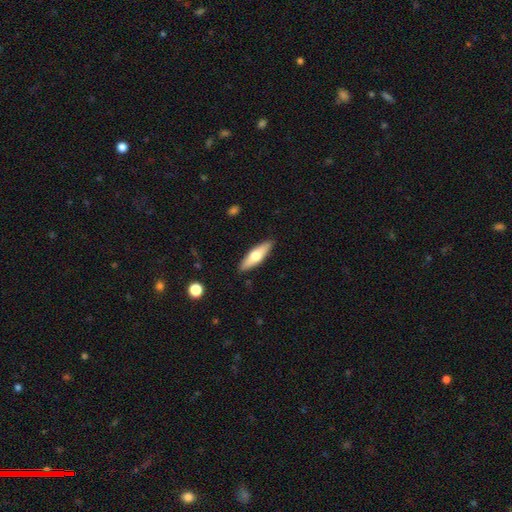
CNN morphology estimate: smooth_or_featured: smooth (p=0.59) [alt: featured or disk p=0.36]
how_rounded: cigar-shaped (p=0.57) [alt: in between p=0.42]
merging: none (p=0.89) [alt: minor disturbance p=0.08]